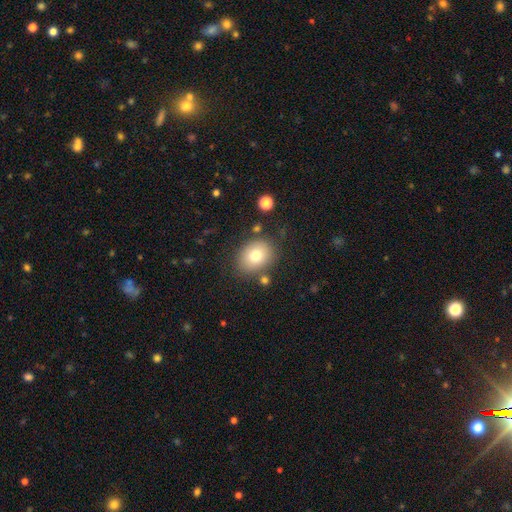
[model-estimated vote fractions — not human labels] The model was most divided on "how rounded": in between: 52%, round: 47%, cigar-shaped: 1%. More confident: merging — none (79%); smooth or featured — smooth (76%).